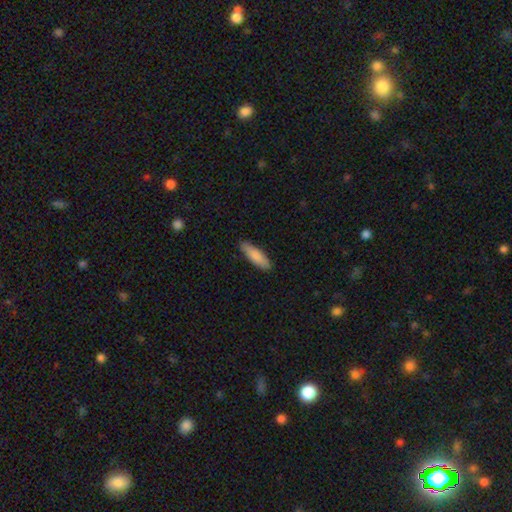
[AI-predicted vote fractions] Smooth or featured? smooth (84%)
How rounded? cigar-shaped (59%)
Merging? none (88%)